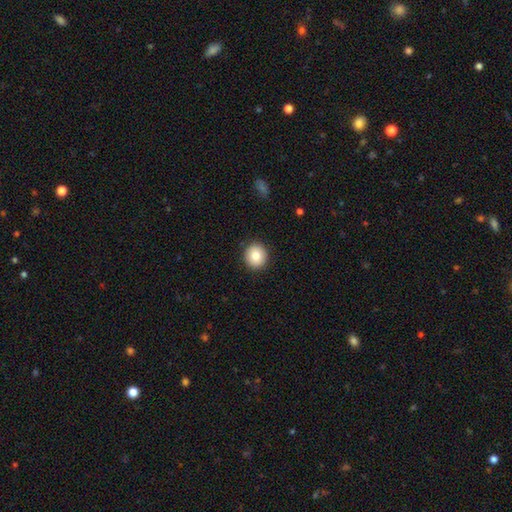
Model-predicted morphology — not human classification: Smooth or featured: smooth — 83% (featured or disk — 9%)
How rounded: round — 91% (in between — 8%)
Merging: none — 92% (minor disturbance — 6%)